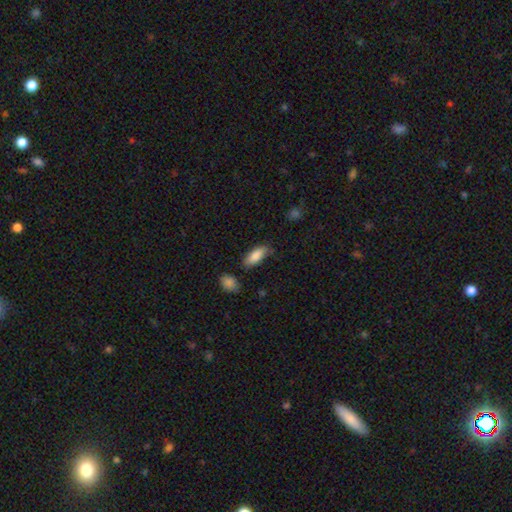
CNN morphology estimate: Smooth or featured?
  - smooth: 84% *
  - featured or disk: 9%
  - star or artifact: 6%
How rounded?
  - in between: 77% *
  - cigar-shaped: 21%
  - round: 2%
Merging?
  - none: 69% *
  - minor disturbance: 23%
  - major disturbance: 5%
  - merger: 4%